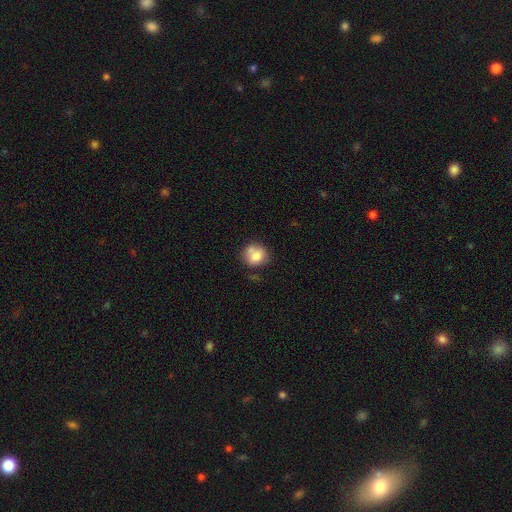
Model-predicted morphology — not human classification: Smooth or featured: smooth — 76% (featured or disk — 15%)
How rounded: round — 77% (in between — 22%)
Merging: none — 54% (minor disturbance — 20%)